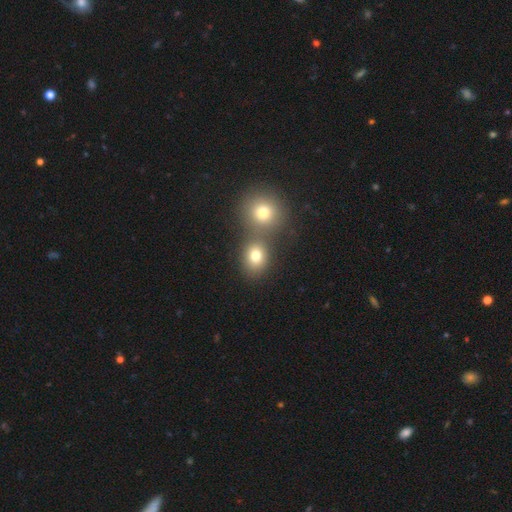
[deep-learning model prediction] Morphology: type=smooth (77%); roundness=round (65%); merging=none (54%).